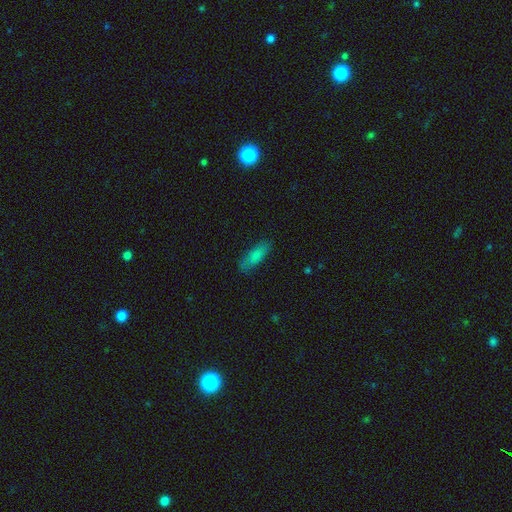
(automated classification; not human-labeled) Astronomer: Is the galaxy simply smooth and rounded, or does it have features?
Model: smooth — 81%.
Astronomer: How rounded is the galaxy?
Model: in between — 57% (runner-up: cigar-shaped, 41%).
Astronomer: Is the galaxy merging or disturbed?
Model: none — 80%.